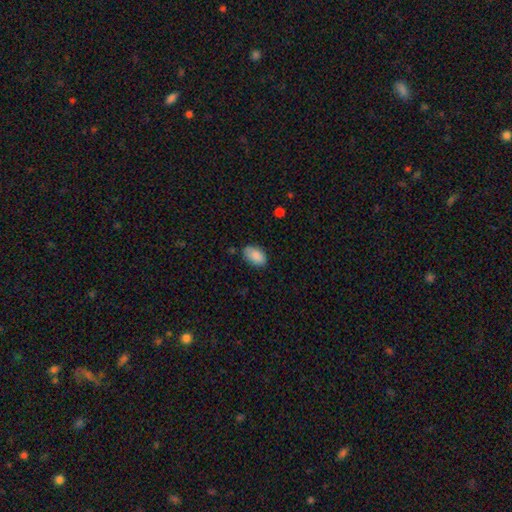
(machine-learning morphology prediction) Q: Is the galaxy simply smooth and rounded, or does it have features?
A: smooth — 87%.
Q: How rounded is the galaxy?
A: in between — 92%.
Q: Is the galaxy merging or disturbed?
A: none — 77%.